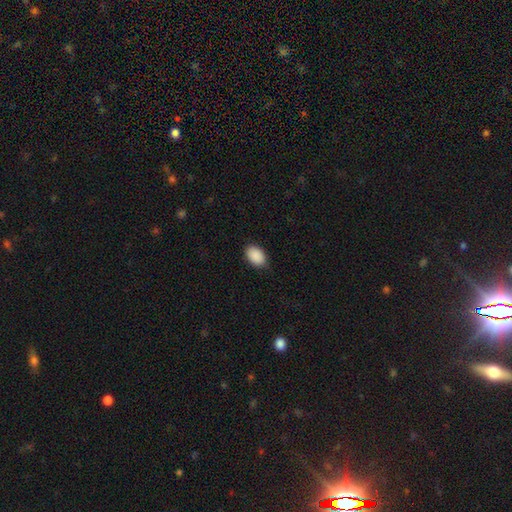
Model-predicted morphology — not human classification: Smooth or featured? smooth (91%)
How rounded? in between (90%)
Merging? none (85%)